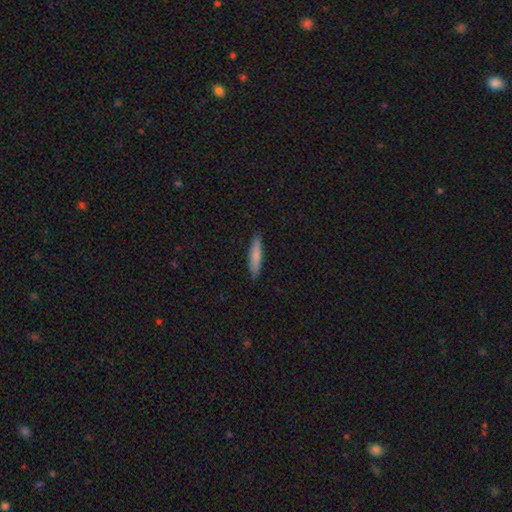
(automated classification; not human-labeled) smooth_or_featured: smooth (p=0.78) [alt: featured or disk p=0.16]
how_rounded: cigar-shaped (p=0.88) [alt: in between p=0.11]
merging: none (p=0.90) [alt: minor disturbance p=0.07]